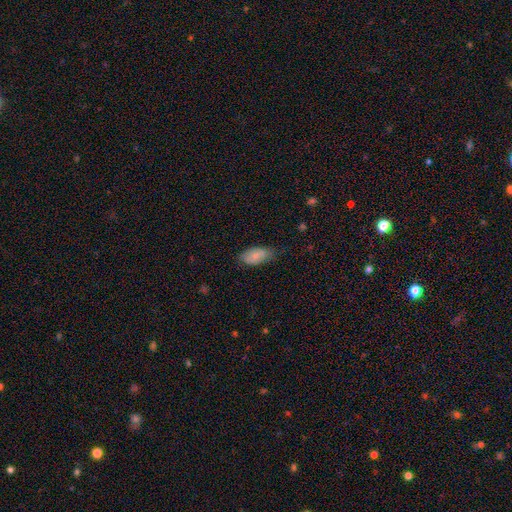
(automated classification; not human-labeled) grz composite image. It shows a smooth galaxy with no disk features (73%) that is in between round and cigar-shaped (93%). Merging: none (60%).